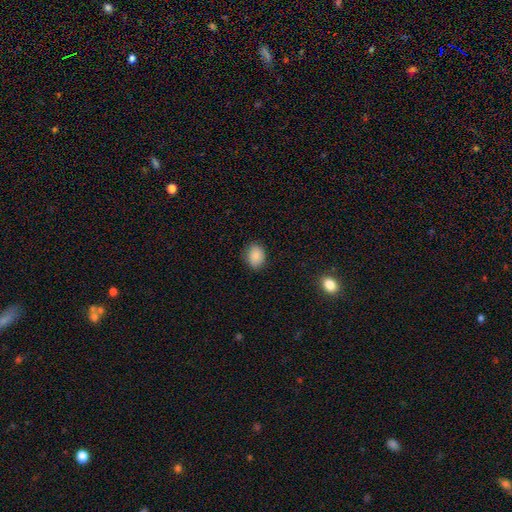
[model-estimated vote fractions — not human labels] A smooth galaxy with no disk features (86%) that is in between round and cigar-shaped (56%). Merging: none (82%).